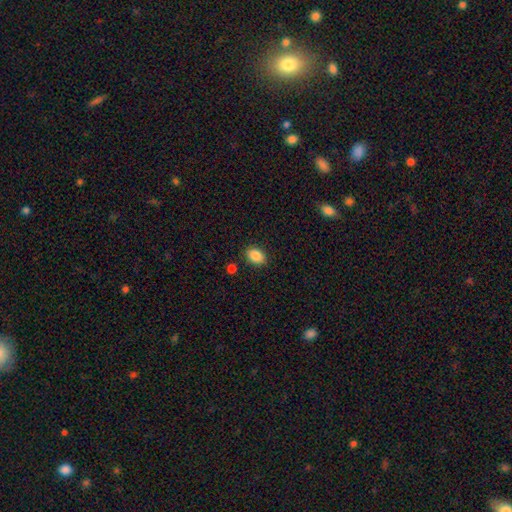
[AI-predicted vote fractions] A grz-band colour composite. It shows a smooth galaxy with no disk features (87%) that is in between round and cigar-shaped (73%). Merging: none (85%).